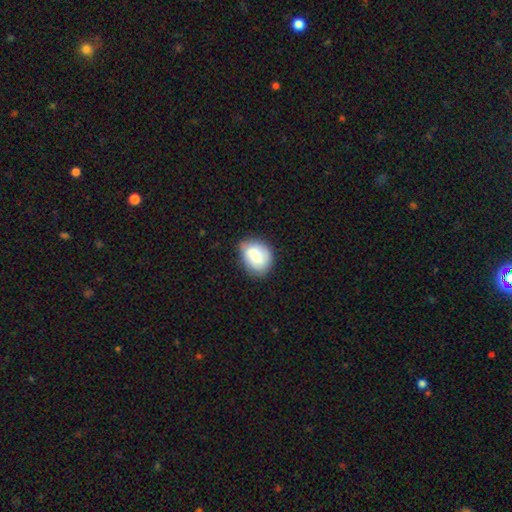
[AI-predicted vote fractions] Q: Smooth or featured?
A: smooth (77%); runner-up: featured or disk (16%)
Q: How rounded?
A: in between (58%); runner-up: round (41%)
Q: Merging?
A: none (65%); runner-up: minor disturbance (28%)